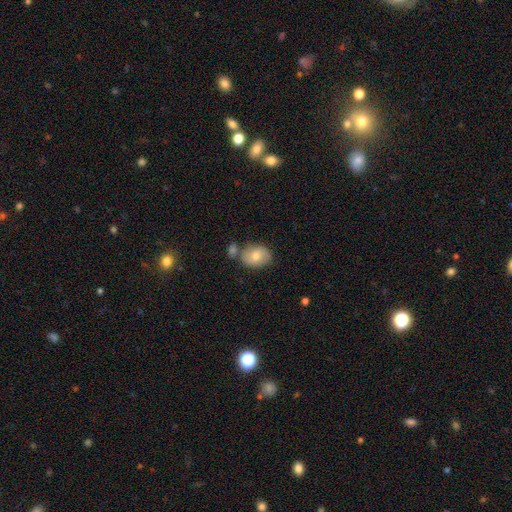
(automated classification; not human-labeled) A smooth galaxy with no disk features (70%) that is in between round and cigar-shaped (67%).

Vote fractions:
- Smooth or featured? smooth: 70% / featured or disk: 21% / star or artifact: 9%
- How rounded? in between: 67% / round: 31% / cigar-shaped: 1%
- Merging? none: 65% / minor disturbance: 16% / merger: 15% / major disturbance: 4%